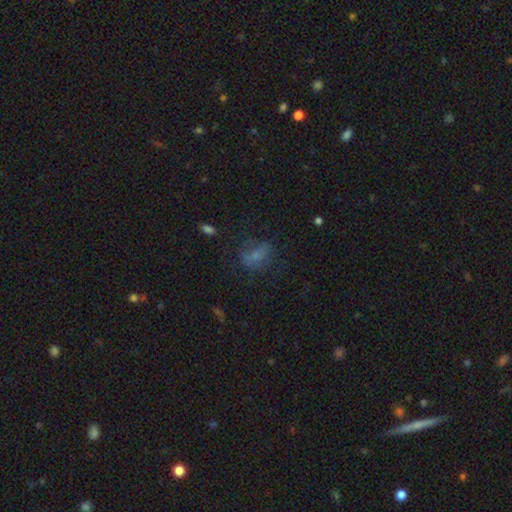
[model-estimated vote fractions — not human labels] A smooth galaxy with no disk features (55%) that is in between round and cigar-shaped (67%). Merging: none (51%).